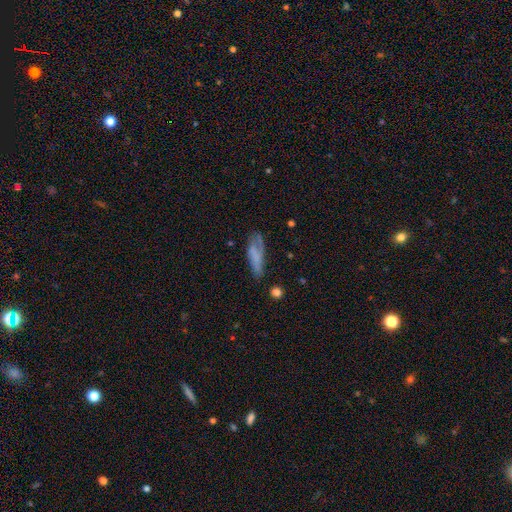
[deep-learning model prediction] Smooth or featured? smooth (64%)
How rounded? cigar-shaped (55%)
Merging? none (46%)